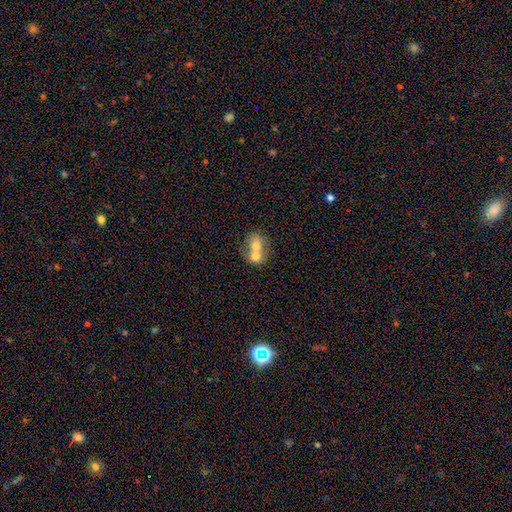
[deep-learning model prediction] A smooth galaxy with no disk features (67%) that is round (50%). Merging: merger (73%).